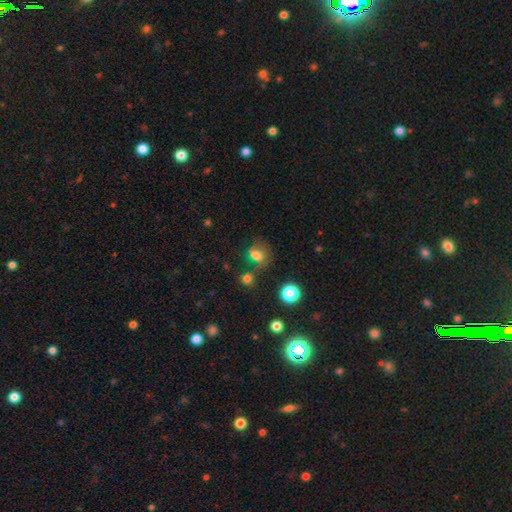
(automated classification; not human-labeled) Q: Smooth or featured?
A: smooth (70%); runner-up: star or artifact (18%)
Q: How rounded?
A: round (54%); runner-up: in between (45%)
Q: Merging?
A: none (54%); runner-up: minor disturbance (21%)